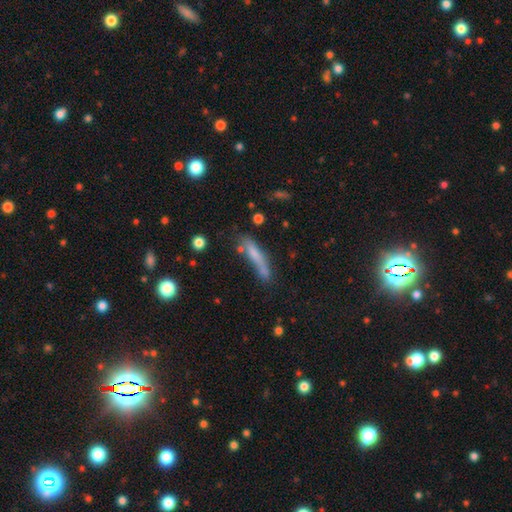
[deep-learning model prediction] smooth_or_featured: smooth (p=0.64) [alt: featured or disk p=0.27]
how_rounded: cigar-shaped (p=0.87) [alt: in between p=0.11]
merging: none (p=0.56) [alt: minor disturbance p=0.24]